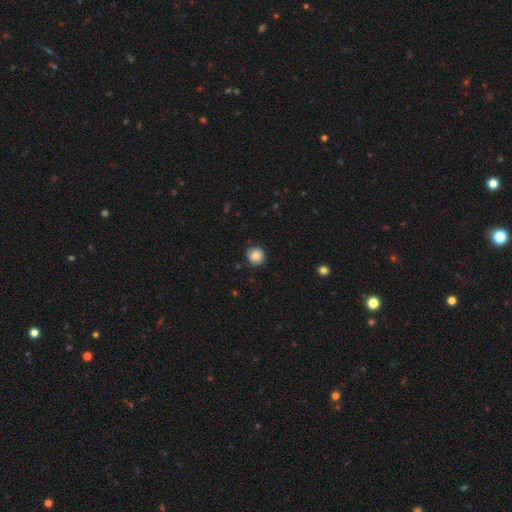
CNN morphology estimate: This is clearly a smooth galaxy (85%). How rounded: clearly round (93%). Merging: clearly none (87%).